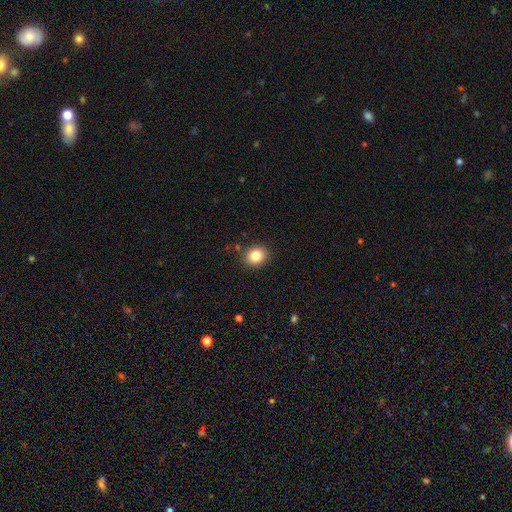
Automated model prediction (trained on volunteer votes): Smooth or featured? Predicted: smooth (p=0.84). How rounded? Predicted: round (p=0.65). Merging? Predicted: none (p=0.88).